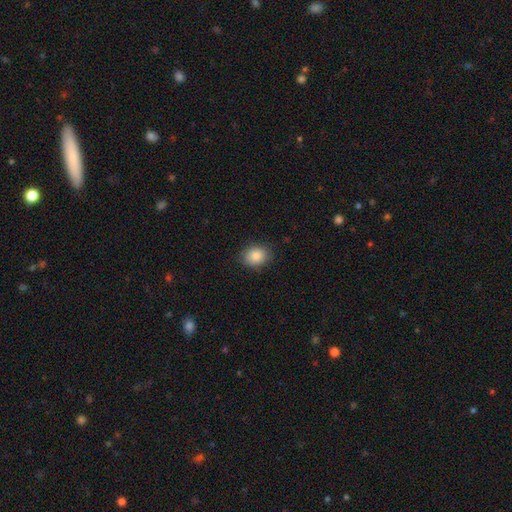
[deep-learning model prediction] A smooth galaxy with no disk features (86%) that is round (52%). Merging: none (86%).